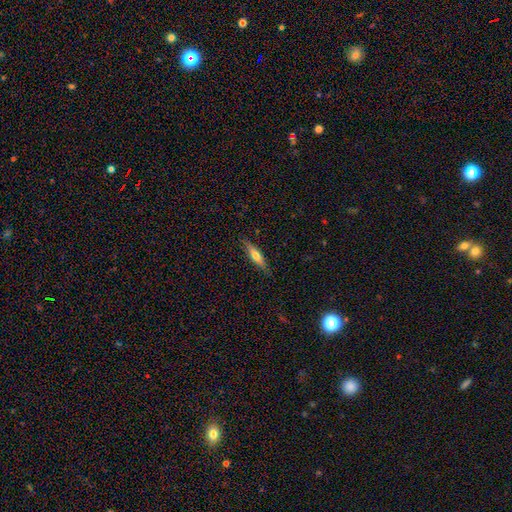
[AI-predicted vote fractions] Smooth or featured: smooth — 54% (featured or disk — 39%)
How rounded: cigar-shaped — 72% (in between — 26%)
Merging: none — 85% (minor disturbance — 12%)